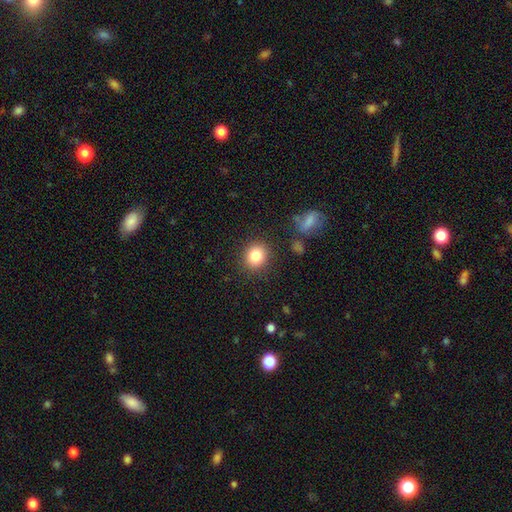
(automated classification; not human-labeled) A smooth galaxy with no disk features (83%) that is round (78%).

Vote fractions:
- Smooth or featured? smooth: 83% / star or artifact: 10% / featured or disk: 7%
- How rounded? round: 78% / in between: 21% / cigar-shaped: 1%
- Merging? none: 87% / minor disturbance: 8% / major disturbance: 3% / merger: 2%